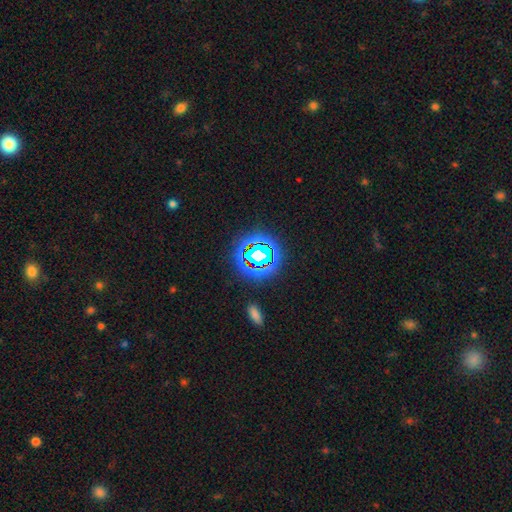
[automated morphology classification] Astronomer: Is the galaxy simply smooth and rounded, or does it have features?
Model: star or artifact — 75%.